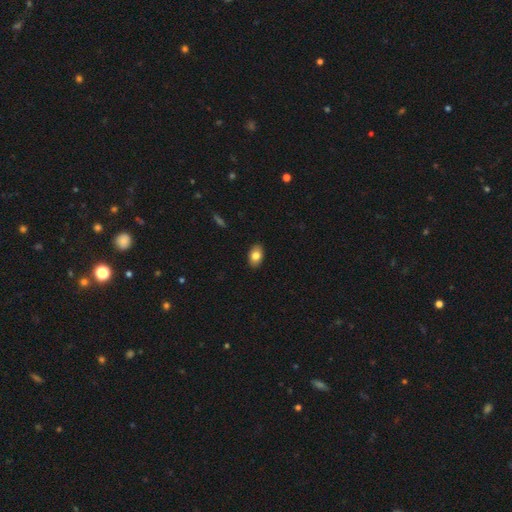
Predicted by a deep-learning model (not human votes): A smooth galaxy with no disk features (82%) that is in between round and cigar-shaped (89%). Merging: none (90%).